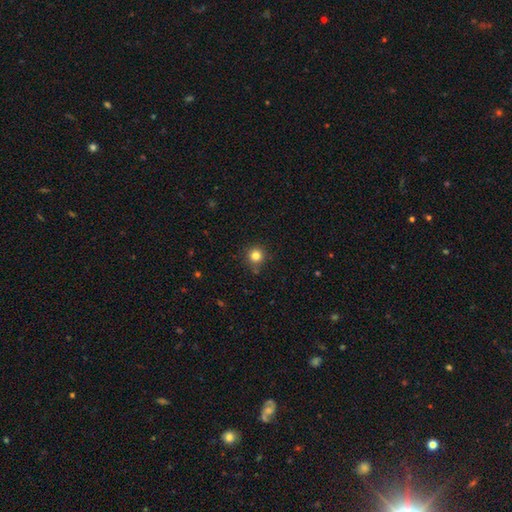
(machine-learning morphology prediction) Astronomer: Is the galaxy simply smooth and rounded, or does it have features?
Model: smooth — 81%.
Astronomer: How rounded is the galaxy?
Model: round — 95%.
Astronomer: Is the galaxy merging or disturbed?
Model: none — 87%.